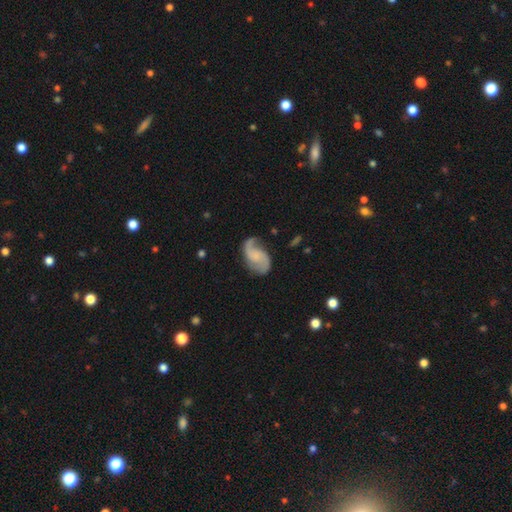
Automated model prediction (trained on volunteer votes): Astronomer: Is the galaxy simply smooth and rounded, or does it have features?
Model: featured or disk — 80%.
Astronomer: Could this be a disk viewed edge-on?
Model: no — 98%.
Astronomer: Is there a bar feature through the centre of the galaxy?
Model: no — 58% (runner-up: weak, 35%).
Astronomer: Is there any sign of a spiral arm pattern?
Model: yes — 96%.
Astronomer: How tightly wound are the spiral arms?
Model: loose — 51% (runner-up: medium, 37%).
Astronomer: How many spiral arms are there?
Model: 2 — 90%.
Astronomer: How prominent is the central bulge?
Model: none — 51% (runner-up: small, 27%).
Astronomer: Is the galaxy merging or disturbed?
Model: none — 68%.